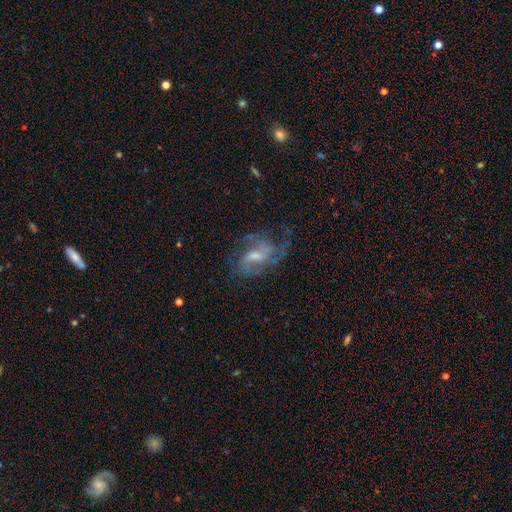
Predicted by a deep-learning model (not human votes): Overall: featured or disk (78%). Edge-on disk: no (96%). Bar: weak (51%; no 34%). Spiral arms: yes (90%). Spiral arm count: 2 (39%; can't tell 24%). Spiral winding: medium (46%; loose 32%). Bulge size: moderate (45%; small 41%). Merging: none (53%; major disturbance 24%).